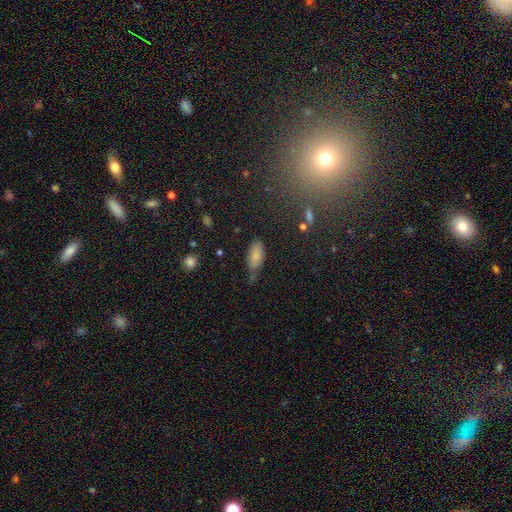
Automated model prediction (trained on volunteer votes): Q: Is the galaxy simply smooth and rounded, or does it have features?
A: smooth — 81%.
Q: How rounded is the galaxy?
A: in between — 85%.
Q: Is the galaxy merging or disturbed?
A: none — 48%.